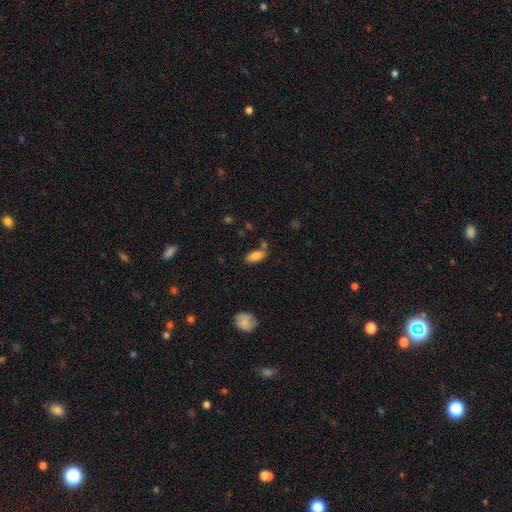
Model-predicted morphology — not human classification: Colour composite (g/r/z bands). It shows a smooth galaxy with no disk features (83%) that is in between round and cigar-shaped (86%). Merging: none (66%).